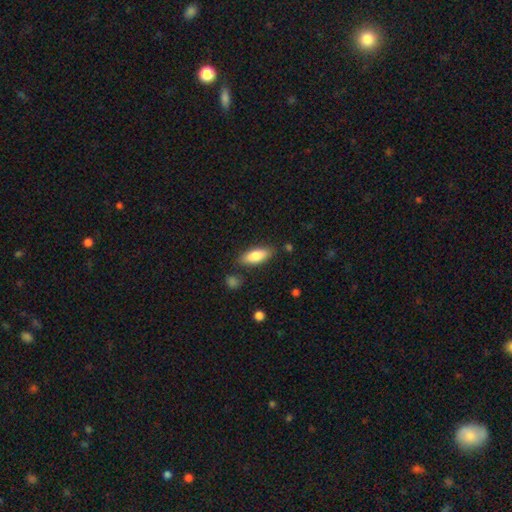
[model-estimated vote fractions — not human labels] Smooth or featured? Predicted: smooth (p=0.81). How rounded? Predicted: in between (p=0.77). Merging? Predicted: none (p=0.83).